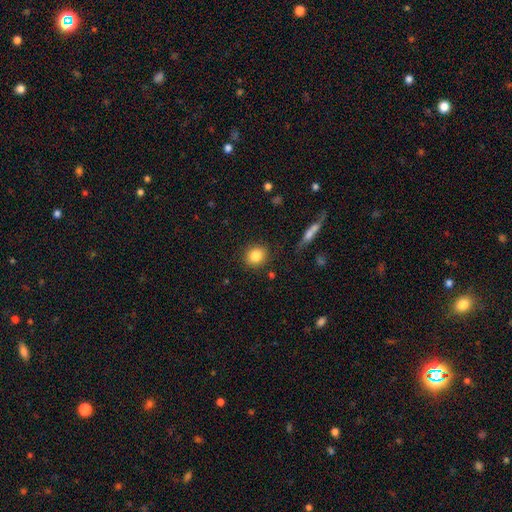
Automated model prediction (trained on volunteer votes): Smooth or featured? Predicted: smooth (p=0.84). How rounded? Predicted: round (p=0.80). Merging? Predicted: none (p=0.88).